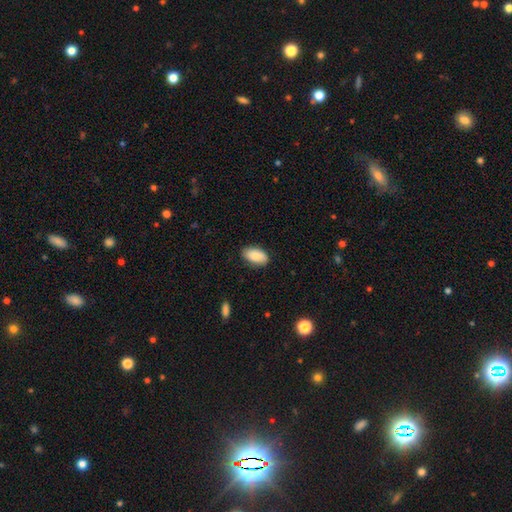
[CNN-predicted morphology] A smooth galaxy with no disk features (88%) that is in between round and cigar-shaped (94%). Merging: none (83%).